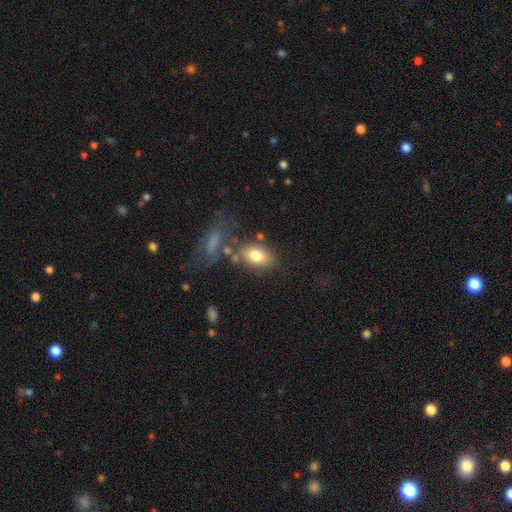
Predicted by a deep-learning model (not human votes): Smooth or featured? Predicted: smooth (p=0.78). How rounded? Predicted: in between (p=0.84). Merging? Predicted: none (p=0.63).